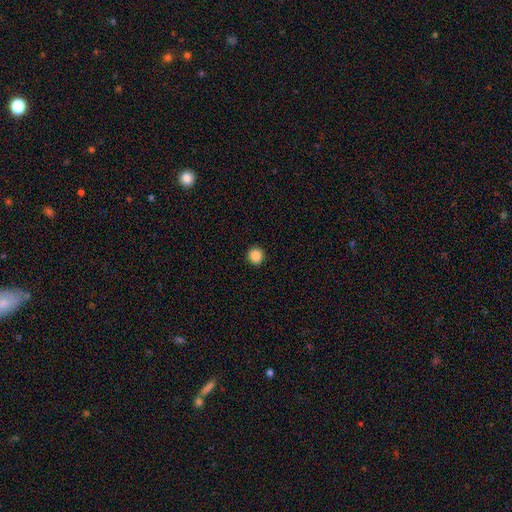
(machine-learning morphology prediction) smooth_or_featured: smooth (p=0.88) [alt: star or artifact p=0.10]
how_rounded: round (p=0.94) [alt: in between p=0.05]
merging: none (p=0.93) [alt: minor disturbance p=0.05]